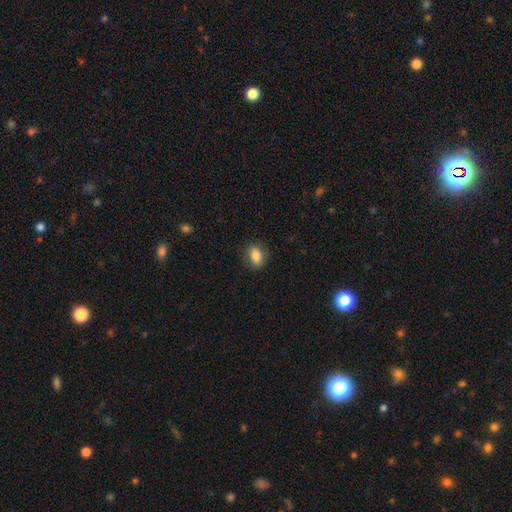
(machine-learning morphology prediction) The model was most divided on "how rounded": in between: 80%, round: 17%, cigar-shaped: 3%. More confident: smooth or featured — smooth (82%); merging — none (81%).